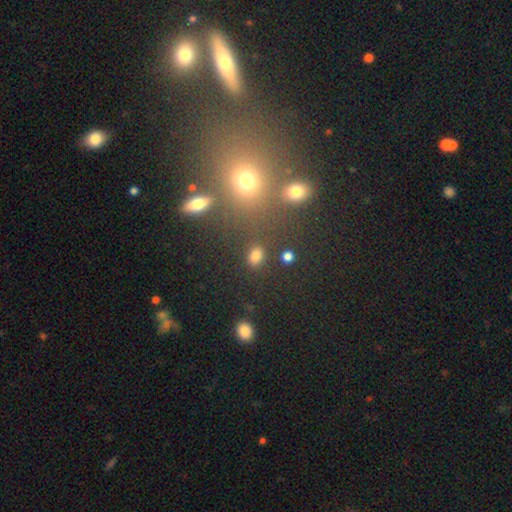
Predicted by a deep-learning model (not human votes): Morphology: type=smooth (79%); roundness=in between (70%); merging=none (80%).